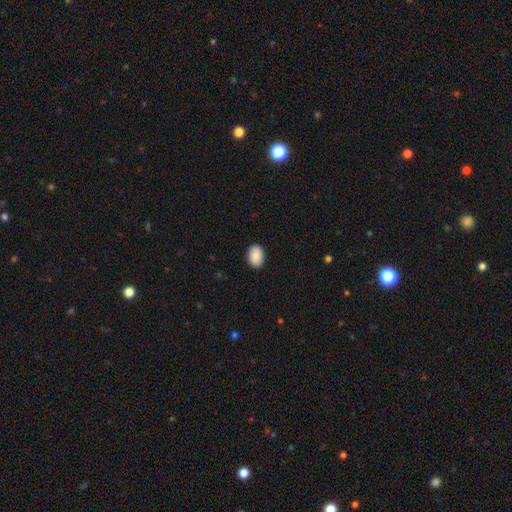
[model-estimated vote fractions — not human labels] smooth_or_featured: smooth (p=0.90) [alt: star or artifact p=0.06]
how_rounded: in between (p=0.81) [alt: round p=0.18]
merging: none (p=0.89) [alt: minor disturbance p=0.08]